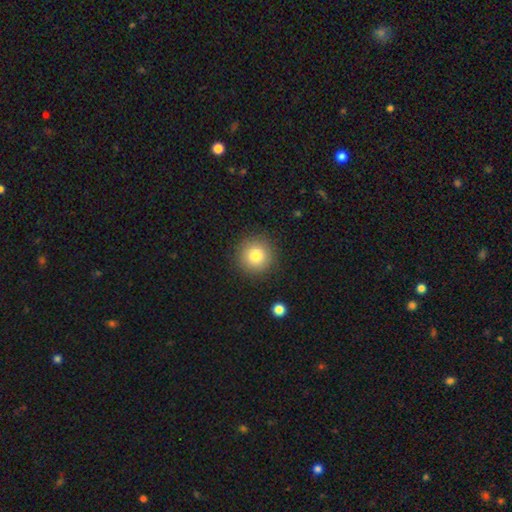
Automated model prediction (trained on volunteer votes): Overall: smooth (81%). How rounded: round (95%). Merging: none (89%).